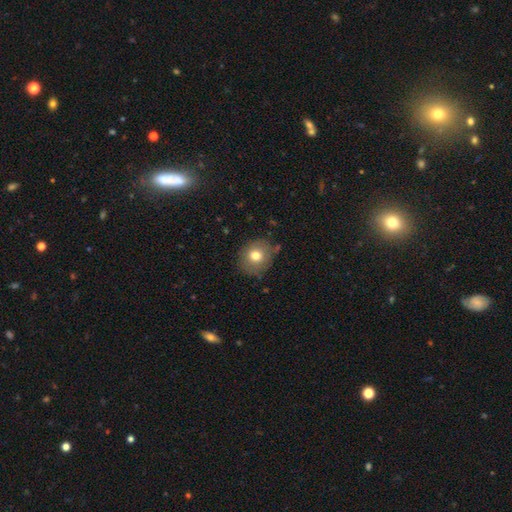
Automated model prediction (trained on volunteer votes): Smooth or featured?
  - smooth: 75% *
  - featured or disk: 15%
  - star or artifact: 11%
How rounded?
  - round: 79% *
  - in between: 20%
  - cigar-shaped: 1%
Merging?
  - none: 80% *
  - minor disturbance: 14%
  - major disturbance: 4%
  - merger: 2%